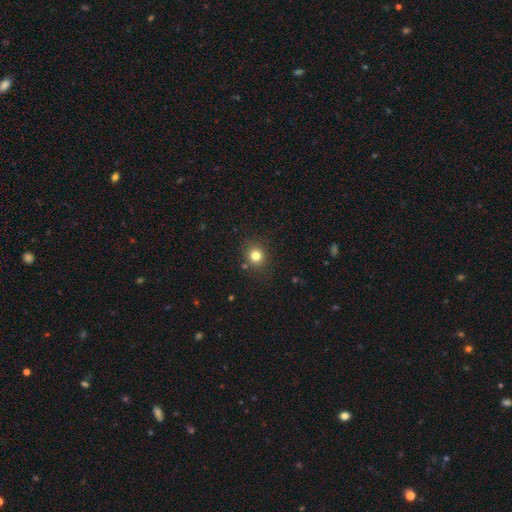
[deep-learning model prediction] A smooth galaxy with no disk features (80%) that is round (82%).

Vote fractions:
- Smooth or featured? smooth: 80% / star or artifact: 14% / featured or disk: 7%
- How rounded? round: 82% / in between: 17% / cigar-shaped: 1%
- Merging? none: 84% / minor disturbance: 10% / major disturbance: 3% / merger: 3%